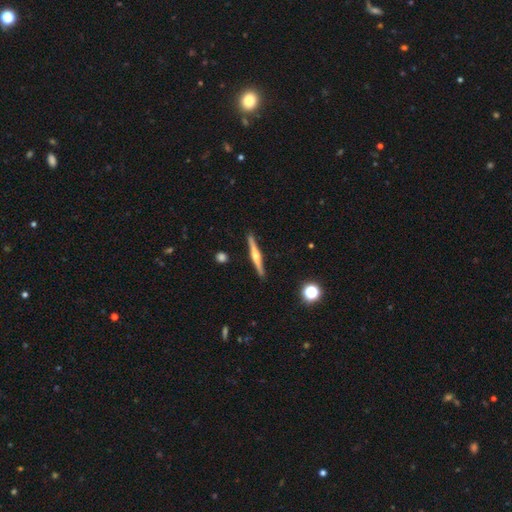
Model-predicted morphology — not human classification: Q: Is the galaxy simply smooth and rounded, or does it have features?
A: featured or disk — 77%.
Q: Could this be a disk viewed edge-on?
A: yes — 98%.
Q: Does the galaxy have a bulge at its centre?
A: rounded — 92%.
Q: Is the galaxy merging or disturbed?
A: none — 91%.